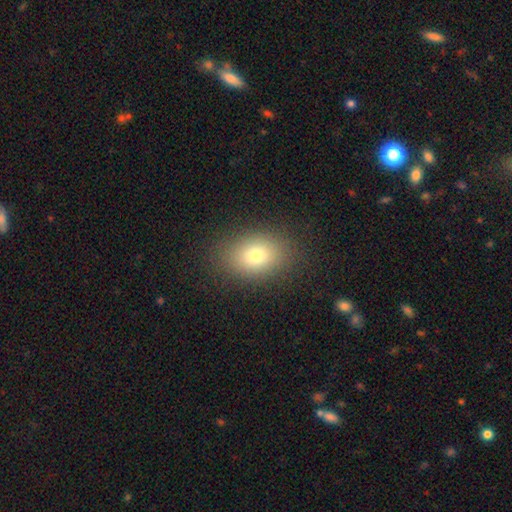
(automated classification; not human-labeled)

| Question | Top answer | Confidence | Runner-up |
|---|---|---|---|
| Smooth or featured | smooth | 77% | star or artifact (12%) |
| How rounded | in between | 73% | round (26%) |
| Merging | none | 87% | minor disturbance (9%) |